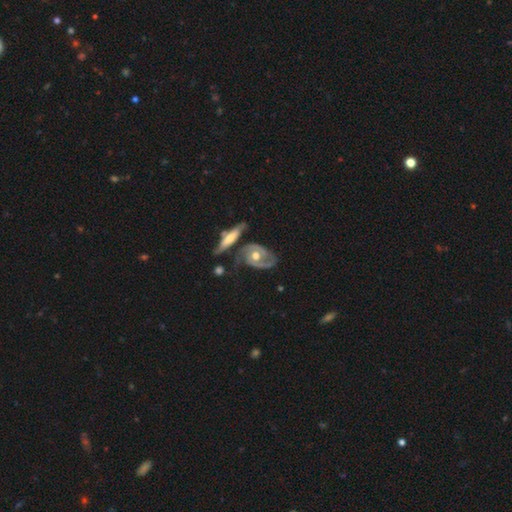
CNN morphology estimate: smooth_or_featured: featured or disk (p=0.83) [alt: smooth p=0.12]
disk_edge_on: no (p=0.94) [alt: yes p=0.06]
bar: no (p=0.70) [alt: weak p=0.23]
has_spiral_arms: yes (p=0.91) [alt: no p=0.09]
spiral_winding: medium (p=0.45) [alt: tight p=0.40]
spiral_arm_count: 2 (p=0.79) [alt: can't tell p=0.08]
bulge_size: moderate (p=0.73) [alt: large p=0.15]
merging: none (p=0.49) [alt: minor disturbance p=0.23]